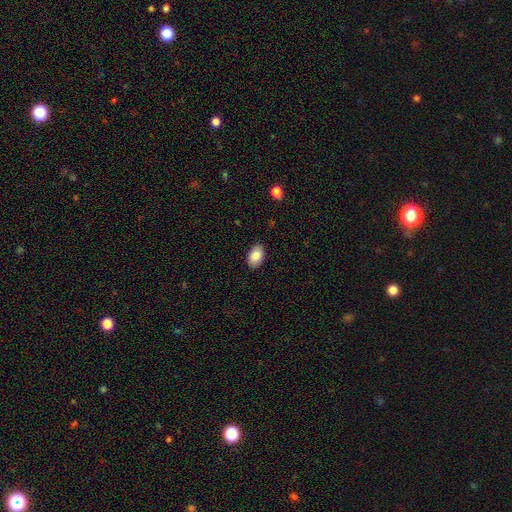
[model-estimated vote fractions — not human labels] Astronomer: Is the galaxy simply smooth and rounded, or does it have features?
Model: smooth — 86%.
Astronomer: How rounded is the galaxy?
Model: in between — 90%.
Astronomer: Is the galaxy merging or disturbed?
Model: none — 87%.